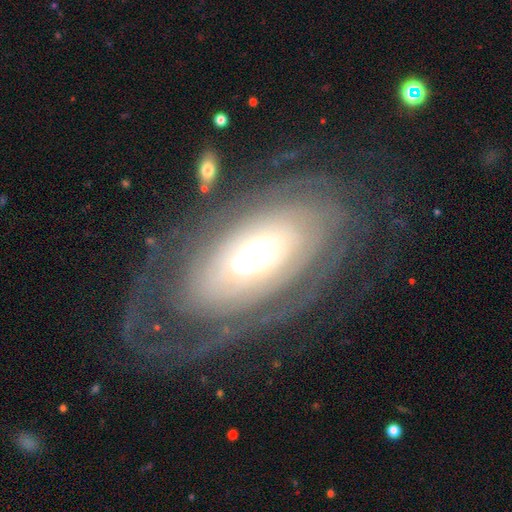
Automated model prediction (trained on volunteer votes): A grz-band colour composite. It shows a featured or disk galaxy (79%) with no bar (66%), tight (71%) spiral arms (79%) and a moderate central bulge (50%). Merging: none (61%).